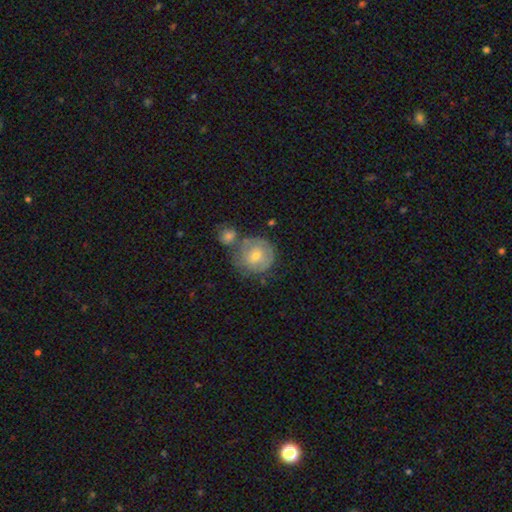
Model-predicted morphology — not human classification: smooth-or-featured: smooth: 54% | featured or disk: 39% | star or artifact: 7%
  how-rounded: round: 89% | in between: 10% | cigar-shaped: 1%
  merging: none: 52% | merger: 26% | minor disturbance: 16% | major disturbance: 6%